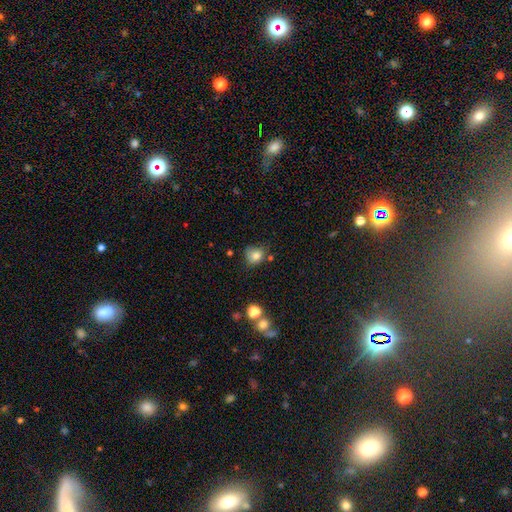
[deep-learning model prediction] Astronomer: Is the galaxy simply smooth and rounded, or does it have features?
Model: smooth — 80%.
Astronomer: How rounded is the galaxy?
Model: round — 73%.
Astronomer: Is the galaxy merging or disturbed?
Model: none — 62%.